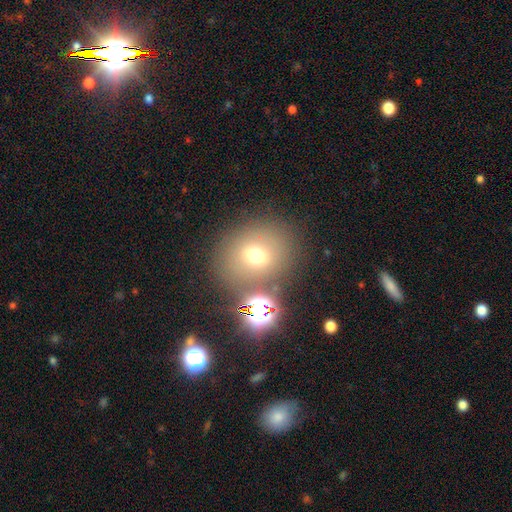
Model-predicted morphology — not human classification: smooth_or_featured: smooth (p=0.65) [alt: star or artifact p=0.20]
how_rounded: round (p=0.66) [alt: in between p=0.33]
merging: none (p=0.73) [alt: minor disturbance p=0.11]